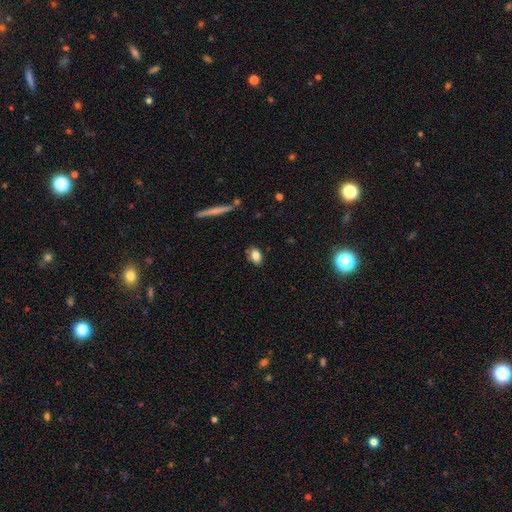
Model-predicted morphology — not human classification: A smooth galaxy with no disk features (82%) that is in between round and cigar-shaped (82%).

Vote fractions:
- Smooth or featured? smooth: 82% / featured or disk: 10% / star or artifact: 8%
- How rounded? in between: 82% / round: 15% / cigar-shaped: 3%
- Merging? none: 83% / minor disturbance: 13% / major disturbance: 2% / merger: 2%